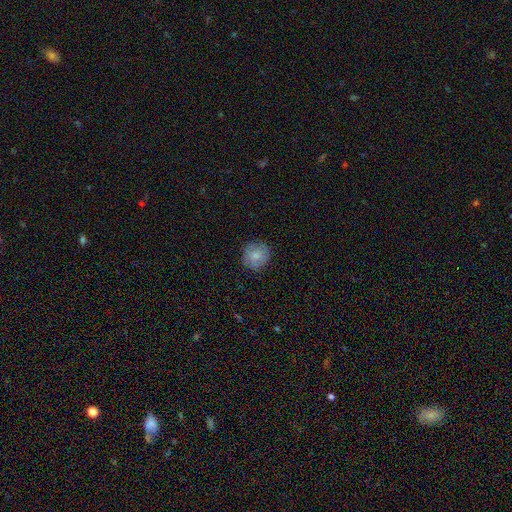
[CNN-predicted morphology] A smooth galaxy with no disk features (79%) that is round (90%).

Vote fractions:
- Smooth or featured? smooth: 79% / featured or disk: 13% / star or artifact: 8%
- How rounded? round: 90% / in between: 9% / cigar-shaped: 1%
- Merging? none: 84% / minor disturbance: 13% / major disturbance: 3% / merger: 1%